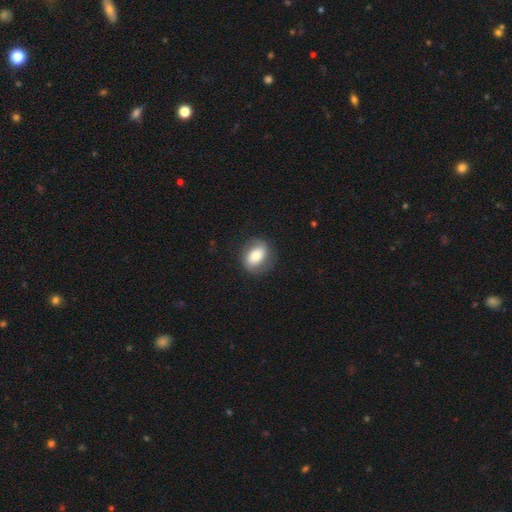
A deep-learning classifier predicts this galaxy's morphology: smooth_or_featured: smooth (p=0.64) [alt: featured or disk p=0.29]
how_rounded: in between (p=0.66) [alt: round p=0.33]
merging: none (p=0.77) [alt: minor disturbance p=0.15]